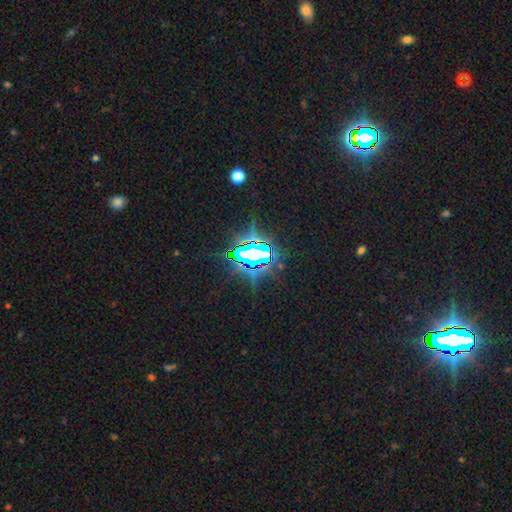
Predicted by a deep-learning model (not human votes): This is clearly a star or artifact rather than a galaxy (81%).